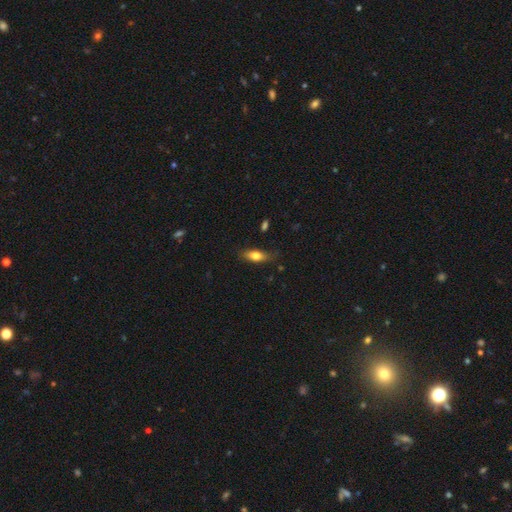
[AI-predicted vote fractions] Smooth or featured: smooth — 75% (featured or disk — 18%)
How rounded: in between — 73% (cigar-shaped — 23%)
Merging: none — 75% (minor disturbance — 19%)